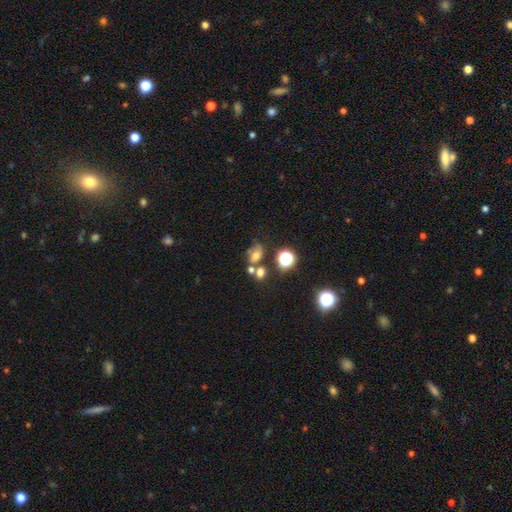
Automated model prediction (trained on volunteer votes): smooth-or-featured: smooth: 53% | star or artifact: 24% | featured or disk: 23%
  how-rounded: in between: 61% | round: 37% | cigar-shaped: 2%
  merging: none: 41% | merger: 30% | minor disturbance: 18% | major disturbance: 11%